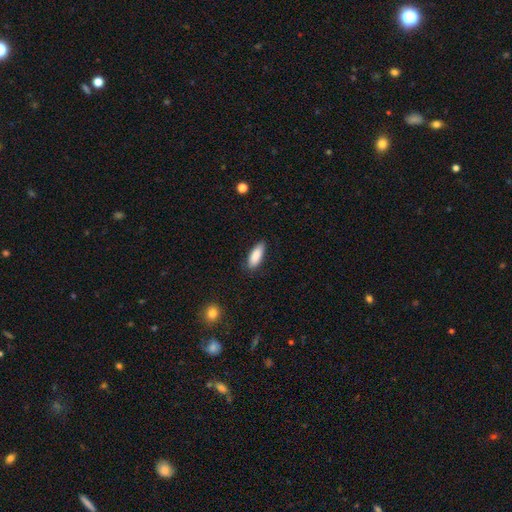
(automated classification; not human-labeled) Q: Smooth or featured?
A: smooth (88%); runner-up: star or artifact (6%)
Q: How rounded?
A: in between (72%); runner-up: cigar-shaped (27%)
Q: Merging?
A: none (80%); runner-up: minor disturbance (16%)